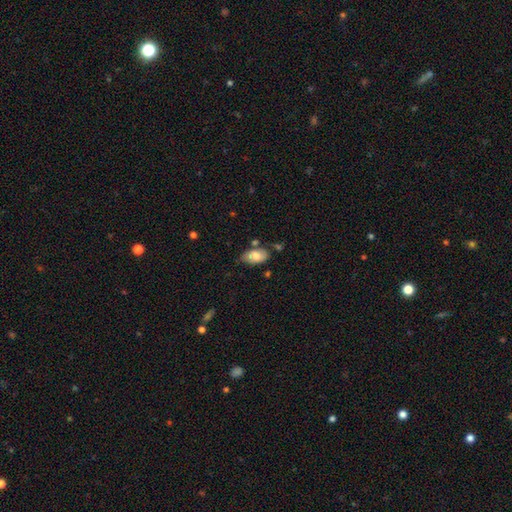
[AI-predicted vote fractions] Q: Smooth or featured?
A: smooth (74%); runner-up: featured or disk (19%)
Q: How rounded?
A: in between (94%); runner-up: round (4%)
Q: Merging?
A: none (62%); runner-up: minor disturbance (24%)